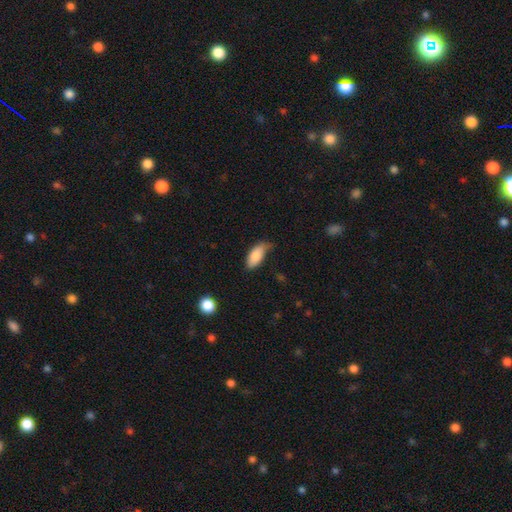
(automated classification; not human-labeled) A smooth galaxy with no disk features (85%) that is in between round and cigar-shaped (90%).

Vote fractions:
- Smooth or featured? smooth: 85% / featured or disk: 9% / star or artifact: 7%
- How rounded? in between: 90% / cigar-shaped: 8% / round: 3%
- Merging? none: 45% / minor disturbance: 40% / major disturbance: 12% / merger: 3%